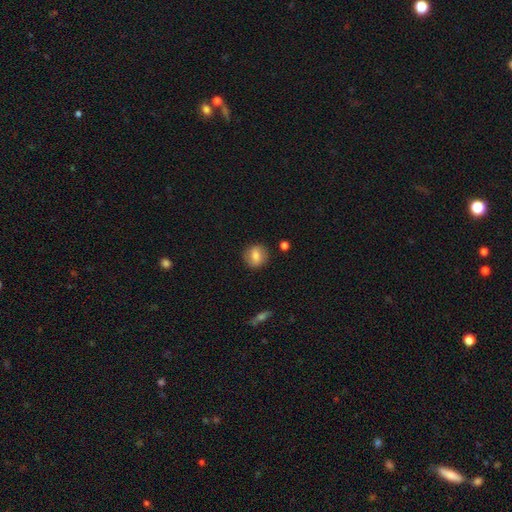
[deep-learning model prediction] Q: Smooth or featured?
A: smooth (72%); runner-up: featured or disk (20%)
Q: How rounded?
A: round (73%); runner-up: in between (26%)
Q: Merging?
A: none (85%); runner-up: minor disturbance (10%)